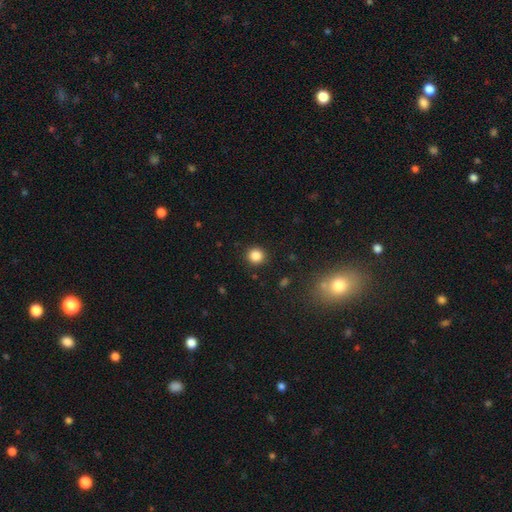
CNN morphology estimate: Smooth or featured: smooth — 85% (star or artifact — 12%)
How rounded: round — 92% (in between — 7%)
Merging: none — 91% (minor disturbance — 5%)